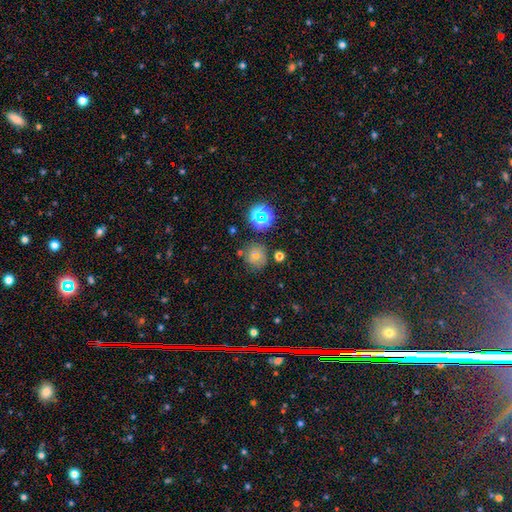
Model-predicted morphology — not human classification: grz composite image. It shows a smooth galaxy with no disk features (63%) that is round (90%). Merging: none (73%).